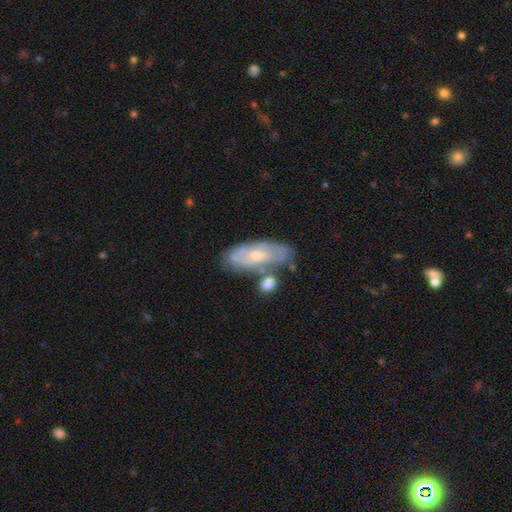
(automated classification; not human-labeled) Q: Smooth or featured?
A: featured or disk (61%); runner-up: smooth (33%)
Q: Edge-on disk?
A: no (85%); runner-up: yes (15%)
Q: Bar?
A: no (77%); runner-up: weak (18%)
Q: Spiral arms?
A: yes (55%); runner-up: no (45%)
Q: Bulge size?
A: small (61%); runner-up: moderate (36%)
Q: Merging?
A: none (52%); runner-up: merger (21%)